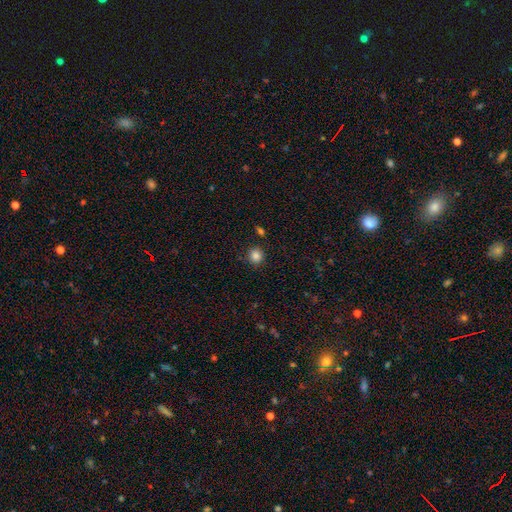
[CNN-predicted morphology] Smooth or featured? smooth (85%)
How rounded? round (89%)
Merging? none (87%)